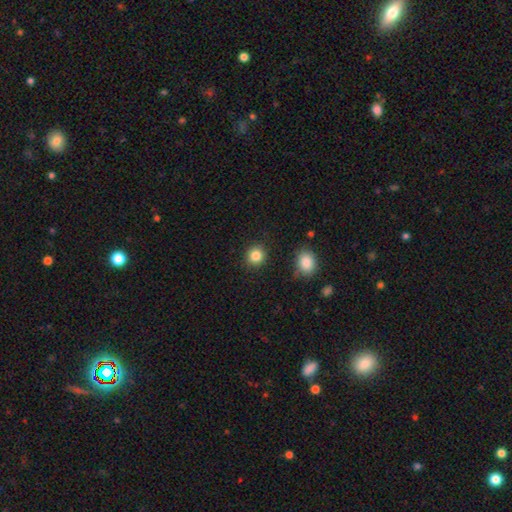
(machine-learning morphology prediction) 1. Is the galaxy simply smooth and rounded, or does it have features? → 85% smooth, 10% star or artifact, 4% featured or disk.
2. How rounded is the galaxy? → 86% round, 14% in between, 1% cigar-shaped.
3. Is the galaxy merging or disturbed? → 88% none, 7% minor disturbance, 2% major disturbance, 2% merger.